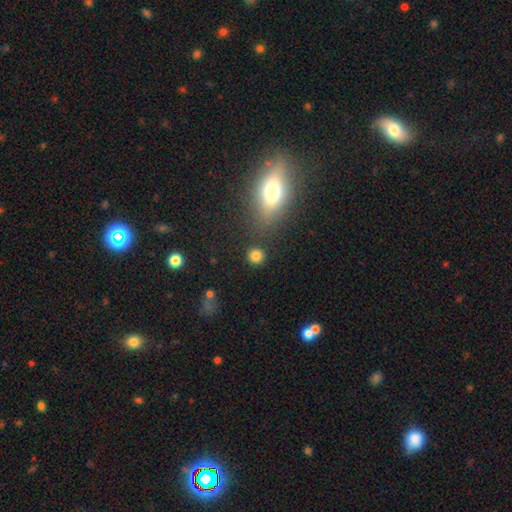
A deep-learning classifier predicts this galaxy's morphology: Smooth or featured?
  - smooth: 82% *
  - star or artifact: 14%
  - featured or disk: 5%
How rounded?
  - round: 90% *
  - in between: 9%
  - cigar-shaped: 1%
Merging?
  - none: 85% *
  - minor disturbance: 8%
  - merger: 4%
  - major disturbance: 3%